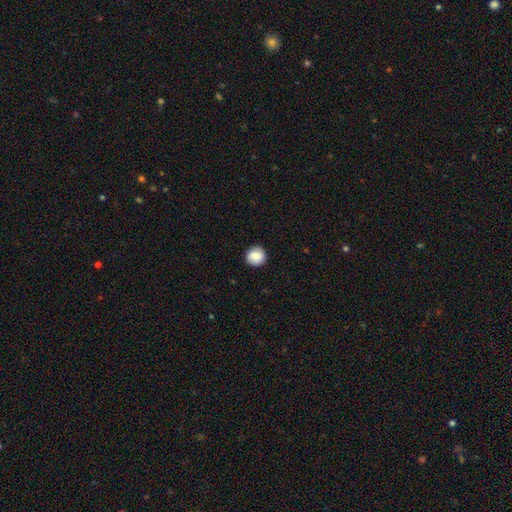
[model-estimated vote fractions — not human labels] Overall: smooth (83%). How rounded: round (93%). Merging: none (91%).